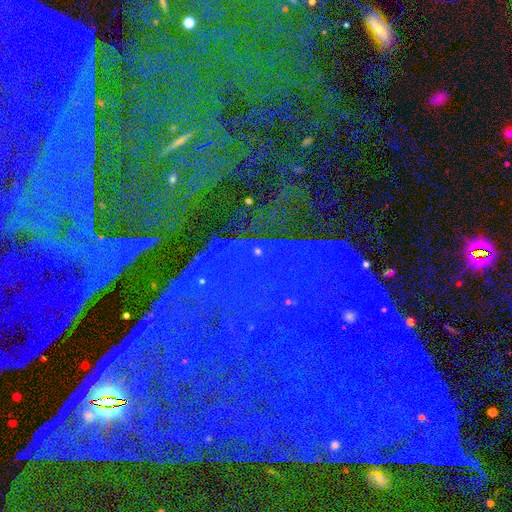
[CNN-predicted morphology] type=star or artifact (87%).